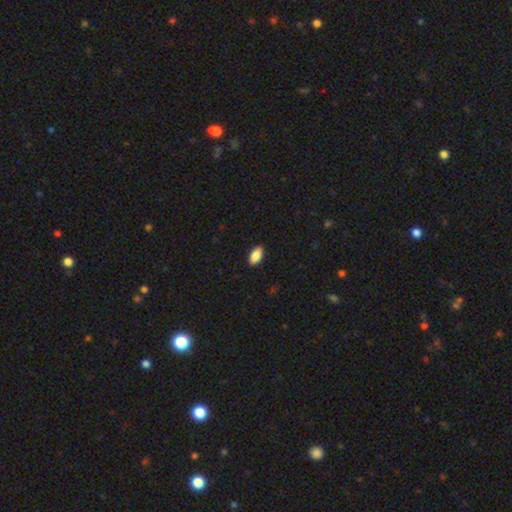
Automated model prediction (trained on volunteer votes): Overall: smooth (87%). How rounded: in between (90%). Merging: none (89%).